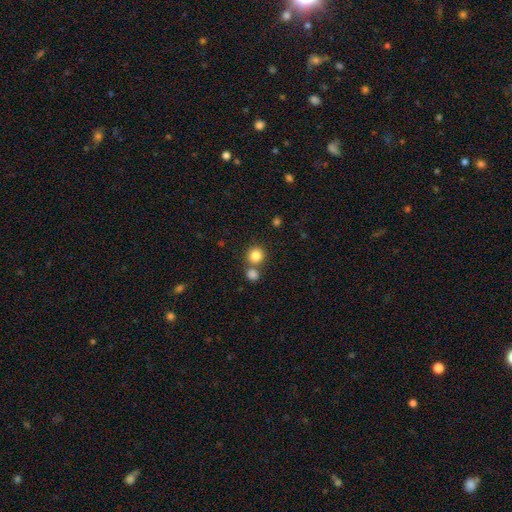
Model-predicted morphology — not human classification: A smooth galaxy with no disk features (84%) that is round (90%).

Vote fractions:
- Smooth or featured? smooth: 84% / star or artifact: 11% / featured or disk: 6%
- How rounded? round: 90% / in between: 9% / cigar-shaped: 1%
- Merging? none: 63% / merger: 27% / minor disturbance: 7% / major disturbance: 3%